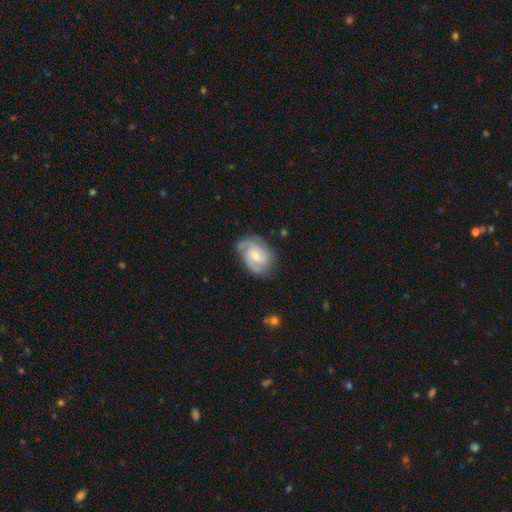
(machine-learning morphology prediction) smooth_or_featured: featured or disk (p=0.83) [alt: smooth p=0.12]
disk_edge_on: no (p=0.98) [alt: yes p=0.02]
bar: no (p=0.60) [alt: weak p=0.34]
has_spiral_arms: yes (p=0.97) [alt: no p=0.03]
spiral_winding: tight (p=0.50) [alt: medium p=0.41]
spiral_arm_count: 3 (p=0.39) [alt: 2 p=0.36]
bulge_size: small (p=0.54) [alt: moderate p=0.39]
merging: none (p=0.68) [alt: minor disturbance p=0.22]